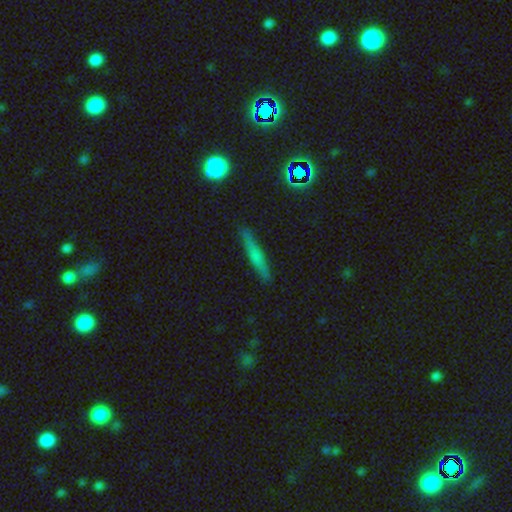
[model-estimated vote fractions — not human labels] Smooth or featured? Predicted: smooth (p=0.53). How rounded? Predicted: cigar-shaped (p=0.90). Merging? Predicted: none (p=0.86).